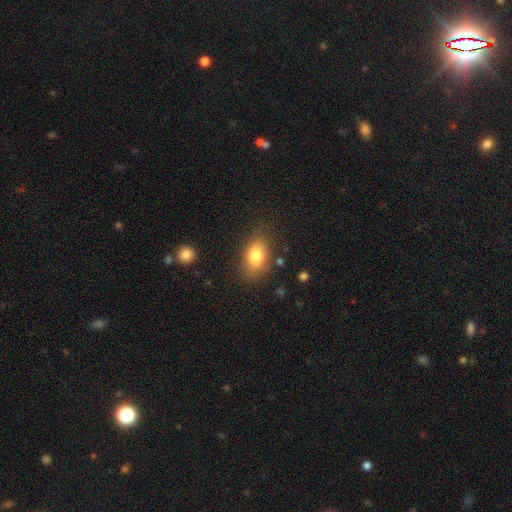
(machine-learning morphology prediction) Q: Smooth or featured?
A: smooth (79%); runner-up: featured or disk (12%)
Q: How rounded?
A: in between (84%); runner-up: round (14%)
Q: Merging?
A: none (79%); runner-up: minor disturbance (14%)